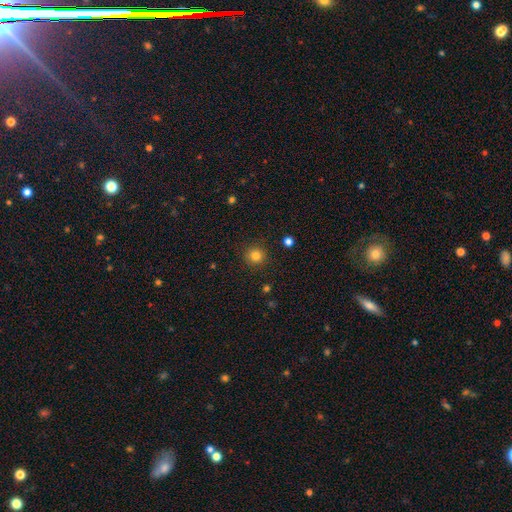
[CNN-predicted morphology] This appears to be a smooth galaxy with no disk features (83%) that is round (93%). Merging: none (90%).